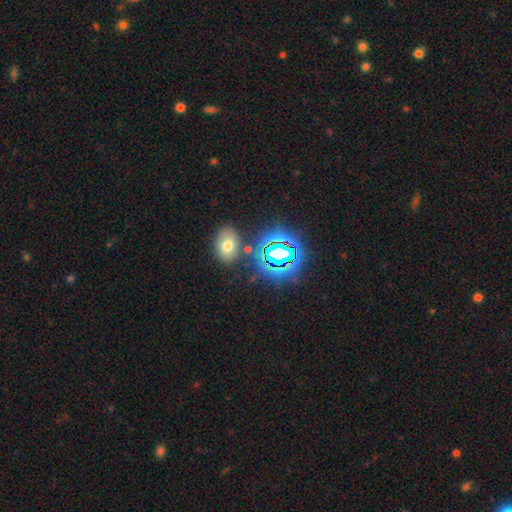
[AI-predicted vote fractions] star or artifact 53%, smooth 33%, featured or disk 15%.